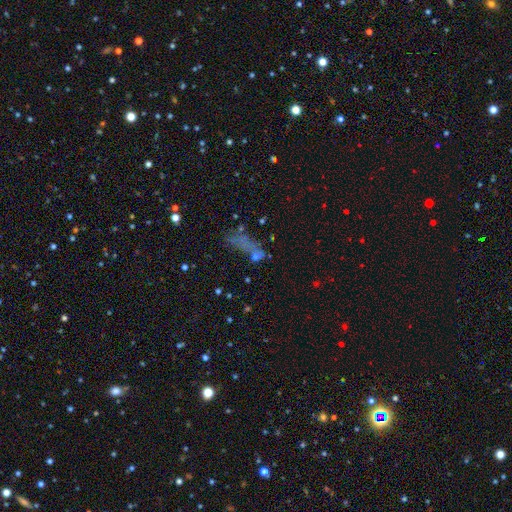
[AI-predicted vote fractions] A smooth galaxy with no disk features (45%).

Vote fractions:
- Smooth or featured? smooth: 45% / featured or disk: 30% / star or artifact: 25%
- Merging? major disturbance: 32% / none: 31% / merger: 21% / minor disturbance: 16%